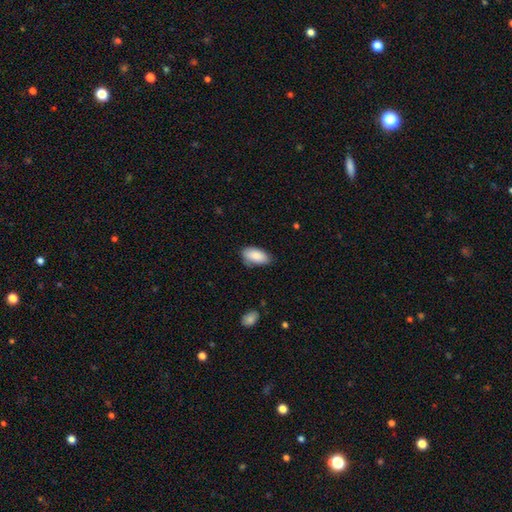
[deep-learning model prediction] A smooth galaxy with no disk features (88%) that is in between round and cigar-shaped (93%).

Vote fractions:
- Smooth or featured? smooth: 88% / star or artifact: 7% / featured or disk: 6%
- How rounded? in between: 93% / cigar-shaped: 4% / round: 3%
- Merging? none: 71% / minor disturbance: 23% / major disturbance: 4% / merger: 2%